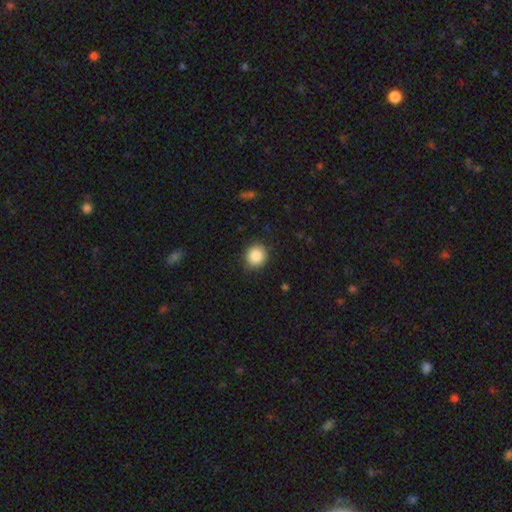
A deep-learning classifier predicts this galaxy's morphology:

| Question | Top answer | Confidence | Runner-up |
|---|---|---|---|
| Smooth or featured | smooth | 87% | star or artifact (9%) |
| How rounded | round | 89% | in between (10%) |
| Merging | none | 90% | minor disturbance (7%) |